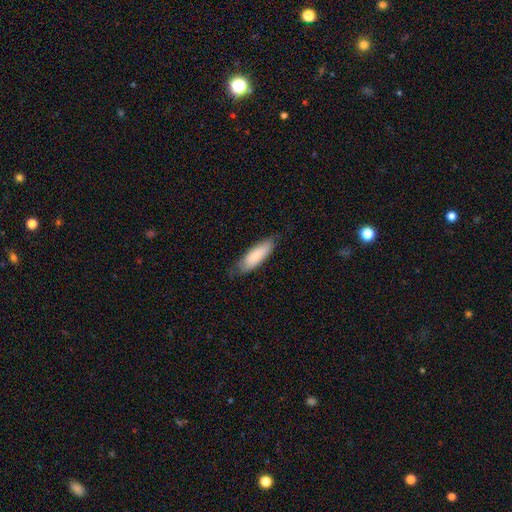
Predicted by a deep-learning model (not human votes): Smooth or featured? smooth (78%)
How rounded? in between (57%)
Merging? none (69%)